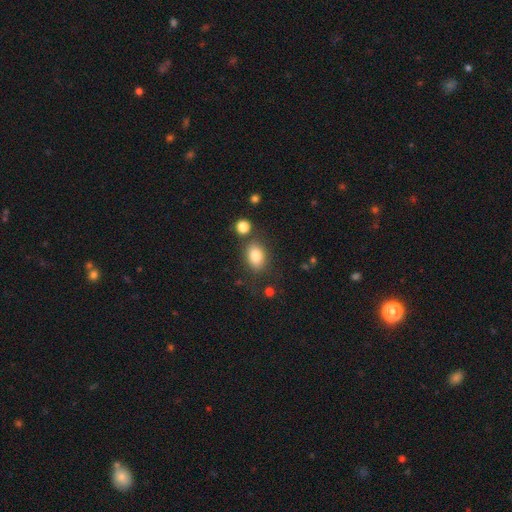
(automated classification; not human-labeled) The model was most divided on "how rounded": in between: 76%, round: 22%, cigar-shaped: 1%. More confident: smooth or featured — smooth (82%); merging — none (75%).